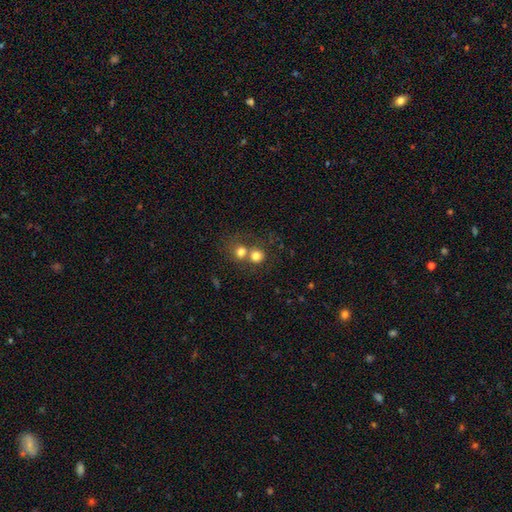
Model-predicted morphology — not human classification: Smooth or featured?
  - smooth: 76% *
  - featured or disk: 12%
  - star or artifact: 12%
How rounded?
  - round: 83% *
  - in between: 16%
  - cigar-shaped: 1%
Merging?
  - merger: 51% *
  - none: 39%
  - minor disturbance: 6%
  - major disturbance: 4%